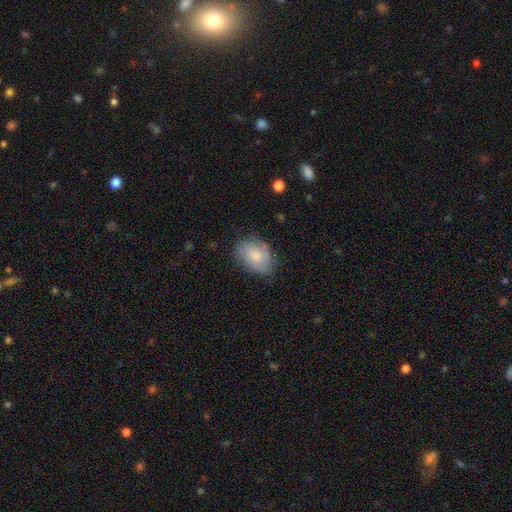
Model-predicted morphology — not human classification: The model was most divided on "merging": none: 70%, minor disturbance: 23%, major disturbance: 5%, merger: 1%. More confident: how rounded — in between (80%); smooth or featured — smooth (78%).